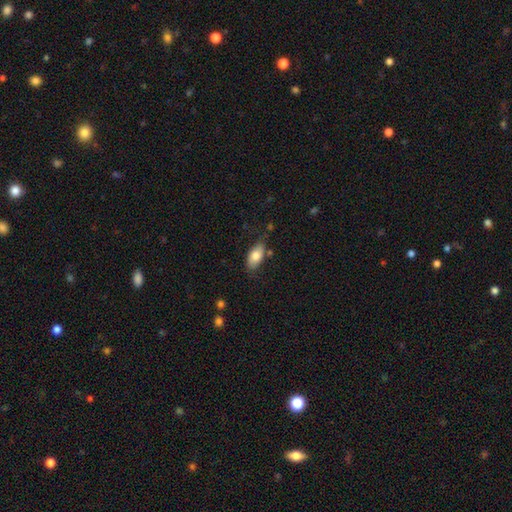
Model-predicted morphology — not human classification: smooth_or_featured: smooth (p=0.78) [alt: featured or disk p=0.15]
how_rounded: in between (p=0.91) [alt: cigar-shaped p=0.06]
merging: none (p=0.75) [alt: minor disturbance p=0.18]